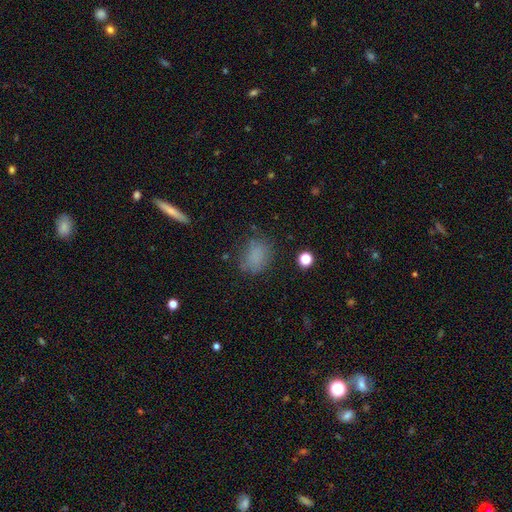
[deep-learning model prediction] smooth-or-featured: smooth: 76% | star or artifact: 14% | featured or disk: 10%
  how-rounded: in between: 61% | round: 37% | cigar-shaped: 2%
  merging: none: 68% | minor disturbance: 20% | major disturbance: 10% | merger: 3%